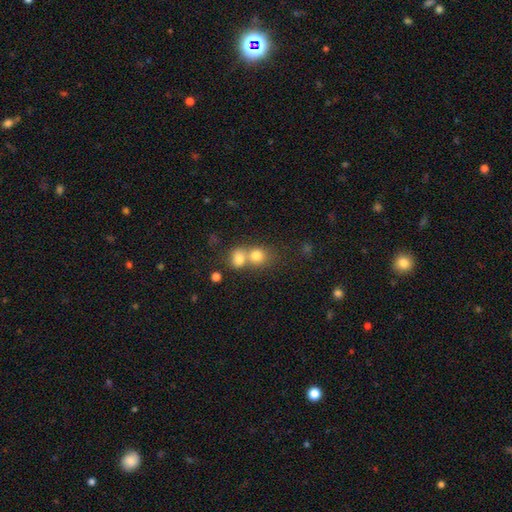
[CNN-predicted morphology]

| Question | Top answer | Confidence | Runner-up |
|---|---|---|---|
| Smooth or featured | smooth | 76% | star or artifact (12%) |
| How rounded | round | 72% | in between (26%) |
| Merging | merger | 58% | none (32%) |